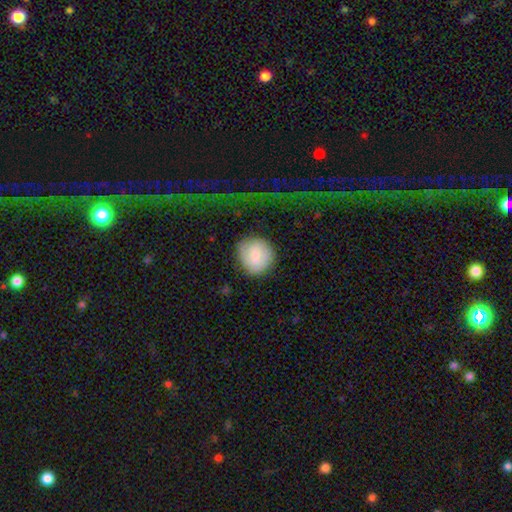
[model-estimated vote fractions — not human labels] Smooth or featured?
  - smooth: 71% *
  - featured or disk: 22%
  - star or artifact: 7%
How rounded?
  - round: 89% *
  - in between: 10%
  - cigar-shaped: 1%
Merging?
  - none: 81% *
  - minor disturbance: 13%
  - major disturbance: 4%
  - merger: 1%